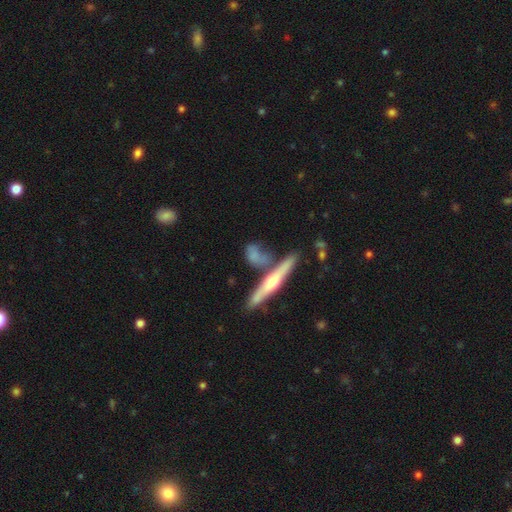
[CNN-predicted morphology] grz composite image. It shows a smooth galaxy with no disk features (50%) that is cigar-shaped (45%). Merging: none (51%).